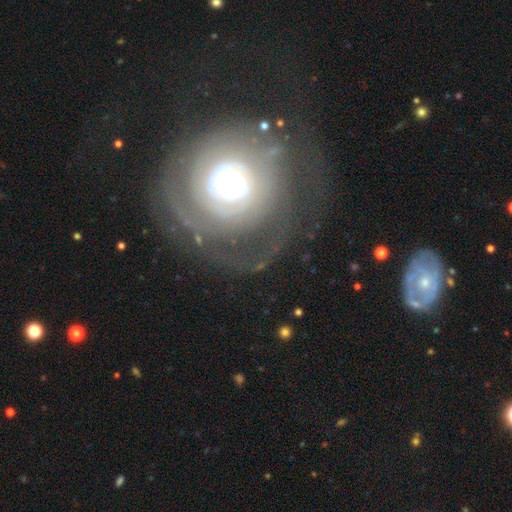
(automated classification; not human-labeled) A featured or disk galaxy (65%) with no bar (83%), spiral arms (64%) and a moderate central bulge (49%). Merging: none (63%).